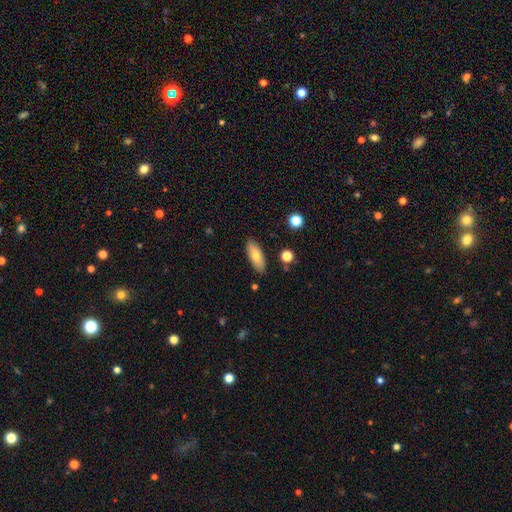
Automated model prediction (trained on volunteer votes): Morphology: type=smooth (72%); roundness=in between (72%); merging=none (87%).